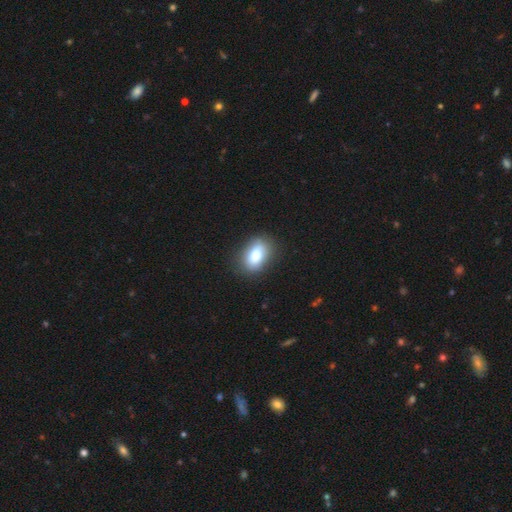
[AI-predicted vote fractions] A smooth galaxy with no disk features (76%) that is in between round and cigar-shaped (80%).

Vote fractions:
- Smooth or featured? smooth: 76% / featured or disk: 15% / star or artifact: 9%
- How rounded? in between: 80% / round: 18% / cigar-shaped: 2%
- Merging? none: 83% / minor disturbance: 12% / major disturbance: 3% / merger: 1%